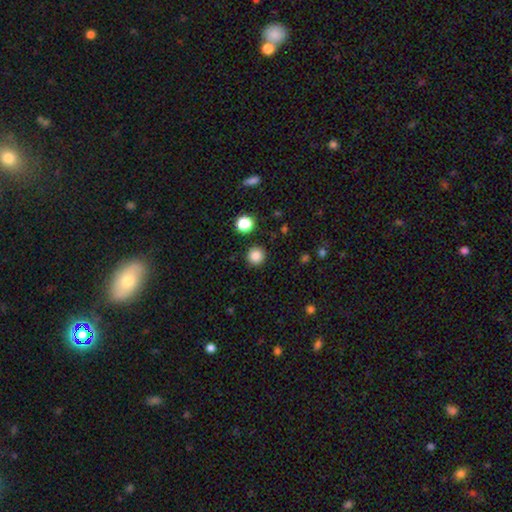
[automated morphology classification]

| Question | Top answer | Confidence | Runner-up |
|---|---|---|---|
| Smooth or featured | smooth | 85% | star or artifact (12%) |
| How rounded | round | 95% | in between (4%) |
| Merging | none | 91% | minor disturbance (5%) |